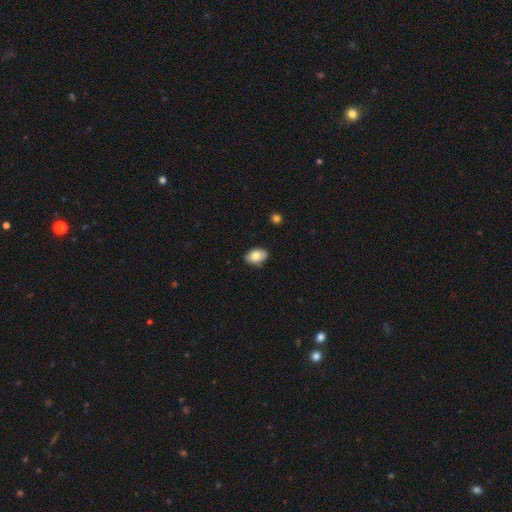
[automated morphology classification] smooth 80%, featured or disk 13%, star or artifact 7%. Down the decision tree: how rounded — in between (85%); merging — none (85%).